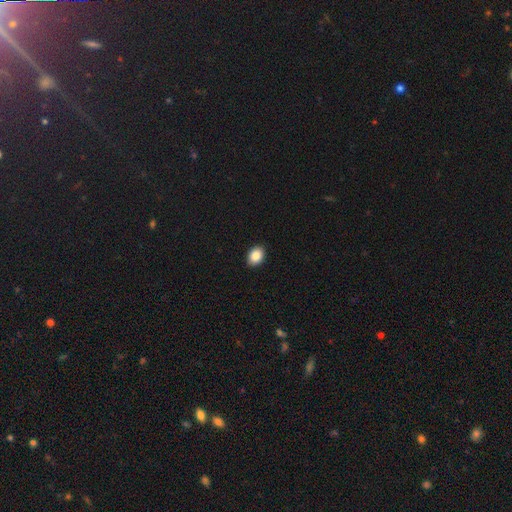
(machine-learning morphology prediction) smooth_or_featured: smooth (p=0.87) [alt: star or artifact p=0.08]
how_rounded: in between (p=0.74) [alt: round p=0.25]
merging: none (p=0.91) [alt: minor disturbance p=0.06]